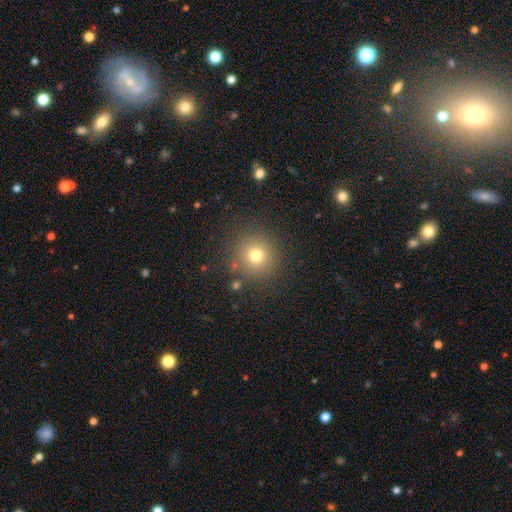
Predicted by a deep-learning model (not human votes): This appears to be a smooth galaxy with no disk features (74%) that is round (93%). Merging: none (86%).